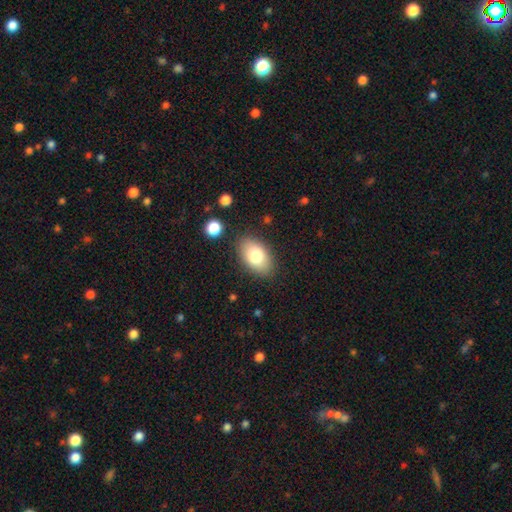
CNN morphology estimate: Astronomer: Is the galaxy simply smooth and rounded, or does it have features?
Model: smooth — 79%.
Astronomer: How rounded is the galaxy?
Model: in between — 90%.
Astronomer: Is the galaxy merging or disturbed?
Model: none — 84%.